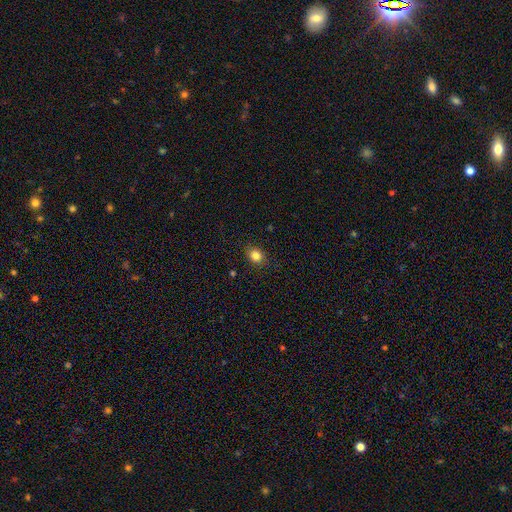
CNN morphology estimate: Overall: smooth (83%). How rounded: round (56%; in between 43%). Merging: none (87%).